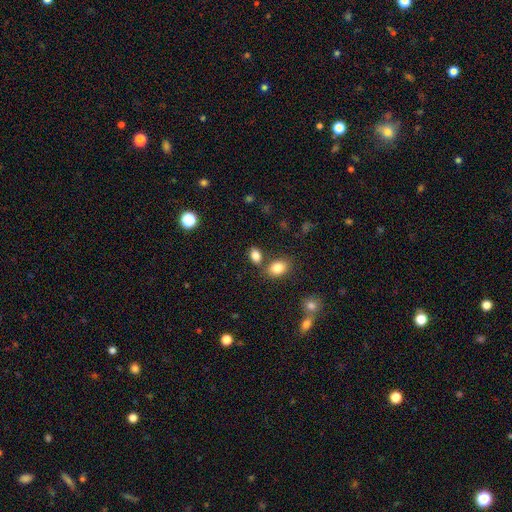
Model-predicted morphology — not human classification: Smooth or featured? smooth (84%)
How rounded? in between (84%)
Merging? none (66%)